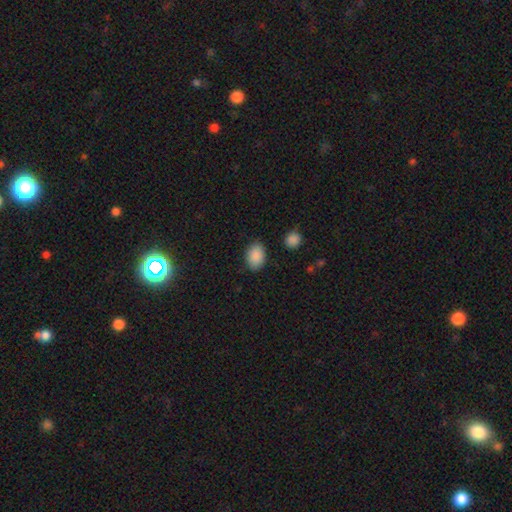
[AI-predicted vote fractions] smooth 89%, star or artifact 7%, featured or disk 3%. Down the decision tree: how rounded — in between (81%); merging — none (84%).